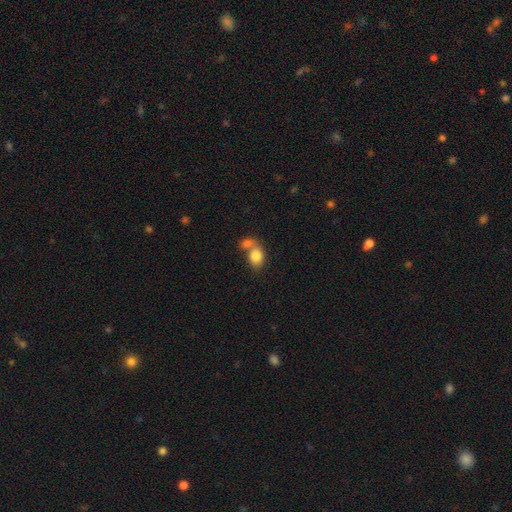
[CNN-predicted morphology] smooth 83%, featured or disk 9%, star or artifact 8%. Down the decision tree: how rounded — in between (64%); merging — merger (57%).